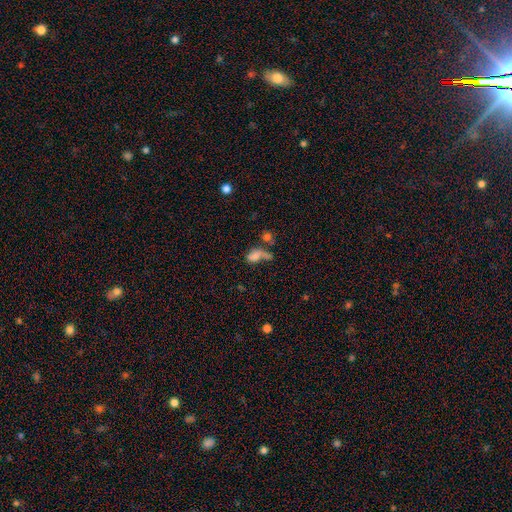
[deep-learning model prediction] Smooth or featured?
  - smooth: 65% *
  - featured or disk: 19%
  - star or artifact: 16%
How rounded?
  - in between: 79% *
  - round: 15%
  - cigar-shaped: 6%
Merging?
  - merger: 38% *
  - major disturbance: 25%
  - none: 23%
  - minor disturbance: 14%